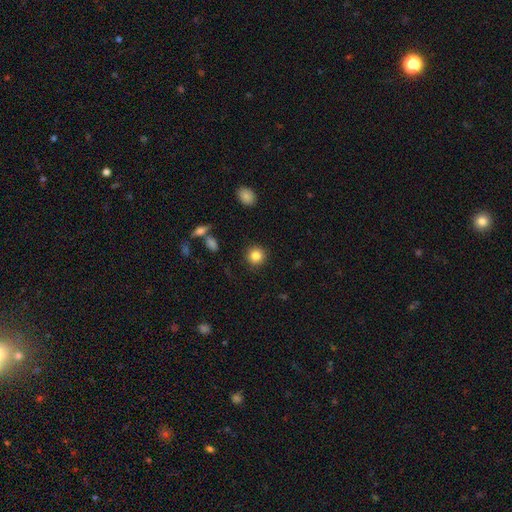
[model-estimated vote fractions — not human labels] Smooth or featured? Predicted: smooth (p=0.84). How rounded? Predicted: round (p=0.93). Merging? Predicted: none (p=0.90).